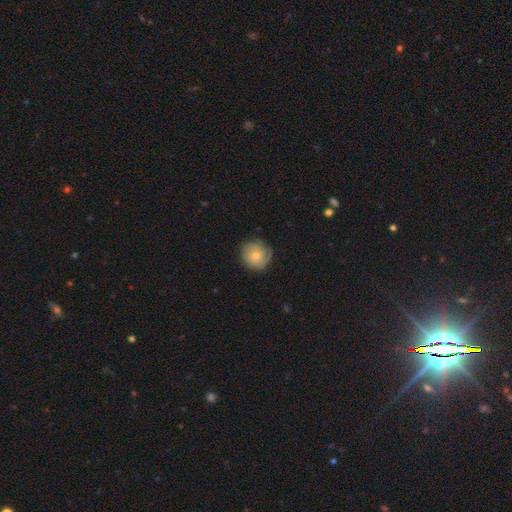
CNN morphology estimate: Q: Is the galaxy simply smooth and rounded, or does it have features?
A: smooth — 54%.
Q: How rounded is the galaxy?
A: round — 89%.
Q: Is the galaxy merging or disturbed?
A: none — 75%.